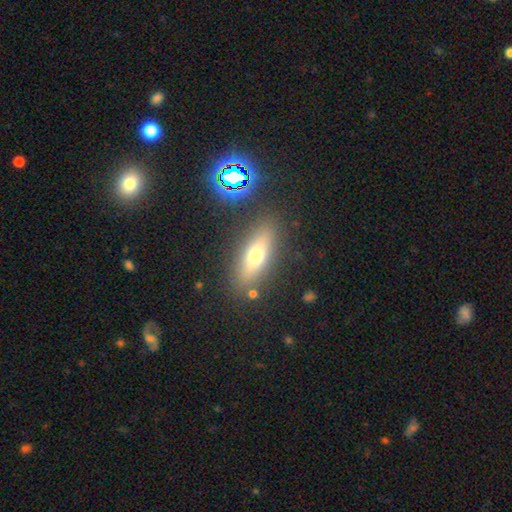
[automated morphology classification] This is possibly a smooth galaxy (57%). How rounded: possibly in between (49%). Merging: clearly none (84%).